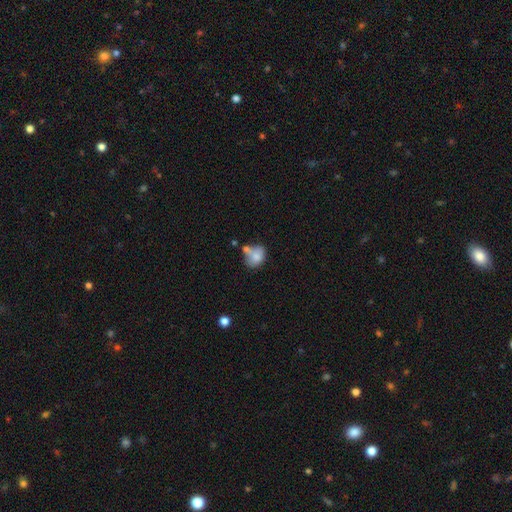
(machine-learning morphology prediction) Smooth or featured? Predicted: smooth (p=0.73). How rounded? Predicted: in between (p=0.56). Merging? Predicted: none (p=0.34).